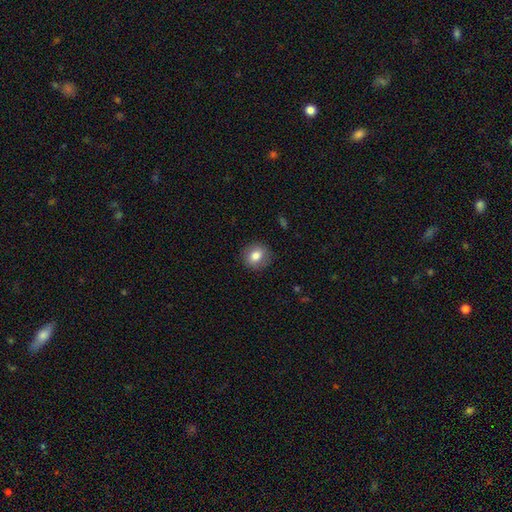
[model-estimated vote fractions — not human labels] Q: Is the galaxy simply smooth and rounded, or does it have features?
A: smooth — 80%.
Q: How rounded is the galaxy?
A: round — 77%.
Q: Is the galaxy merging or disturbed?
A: none — 87%.